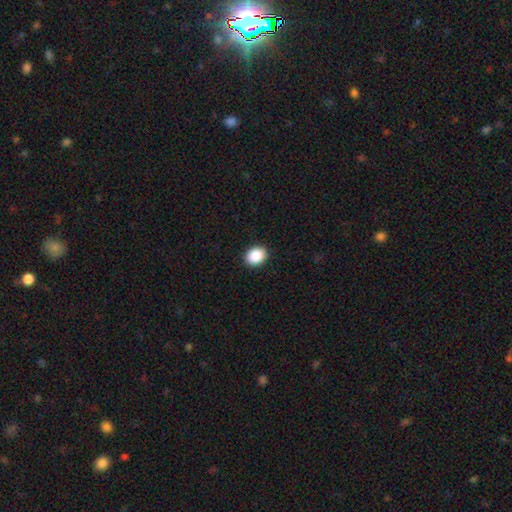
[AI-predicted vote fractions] A smooth galaxy with no disk features (89%) that is in between round and cigar-shaped (54%). Merging: none (91%).